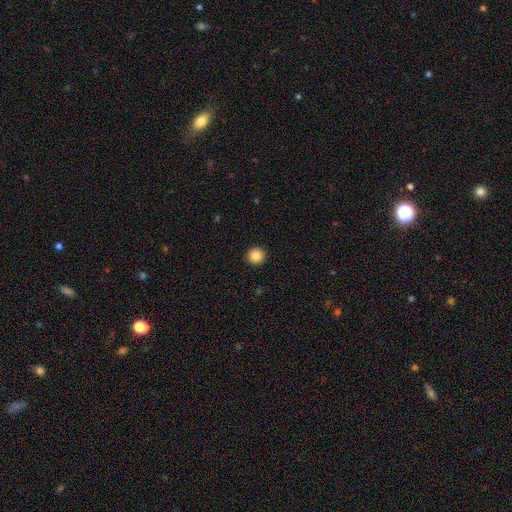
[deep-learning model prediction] Smooth or featured: smooth — 86% (star or artifact — 10%)
How rounded: round — 96% (in between — 3%)
Merging: none — 93% (minor disturbance — 4%)